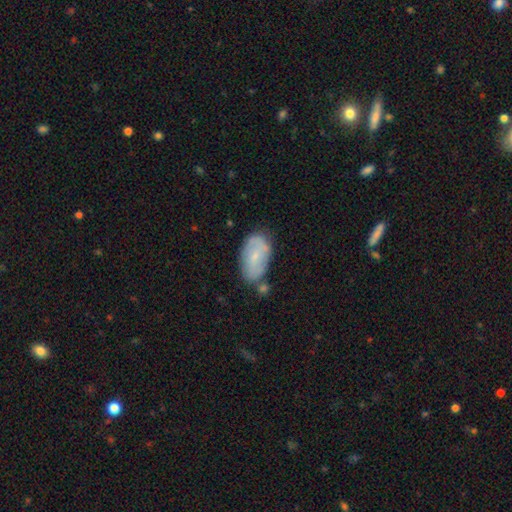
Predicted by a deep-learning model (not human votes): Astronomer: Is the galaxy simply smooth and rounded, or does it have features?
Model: smooth — 55% (runner-up: featured or disk, 38%).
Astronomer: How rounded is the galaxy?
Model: in between — 93%.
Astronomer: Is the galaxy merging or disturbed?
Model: none — 61%.